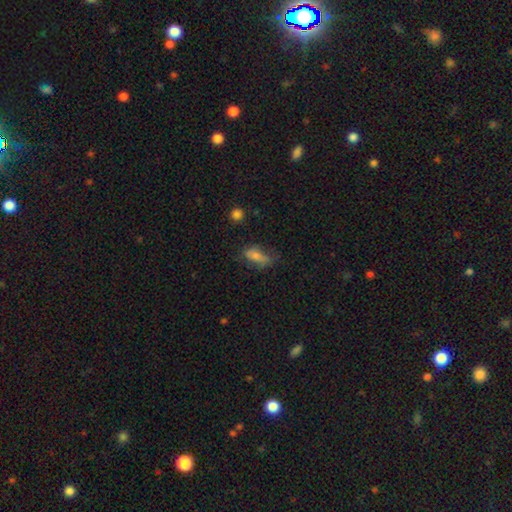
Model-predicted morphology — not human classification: A smooth galaxy with no disk features (69%) that is in between round and cigar-shaped (78%).

Vote fractions:
- Smooth or featured? smooth: 69% / featured or disk: 21% / star or artifact: 10%
- How rounded? in between: 78% / cigar-shaped: 17% / round: 5%
- Merging? none: 52% / minor disturbance: 31% / major disturbance: 15% / merger: 3%